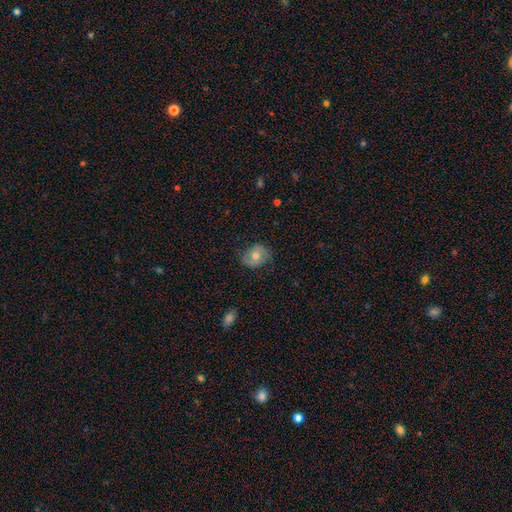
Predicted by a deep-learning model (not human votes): Smooth or featured? Predicted: featured or disk (p=0.46). Merging? Predicted: none (p=0.74).